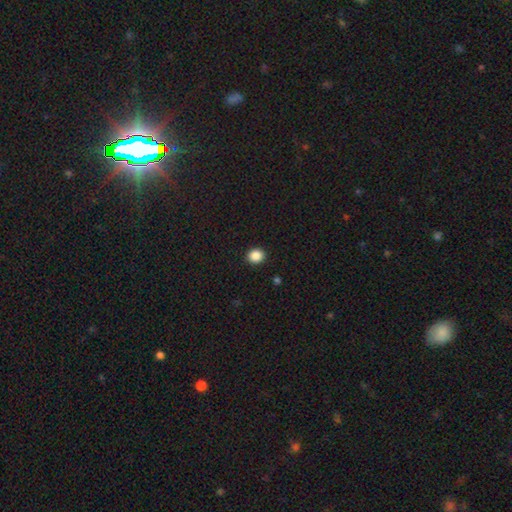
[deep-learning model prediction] The model was most divided on "how rounded": round: 75%, in between: 24%, cigar-shaped: 1%. More confident: merging — none (92%); smooth or featured — smooth (88%).